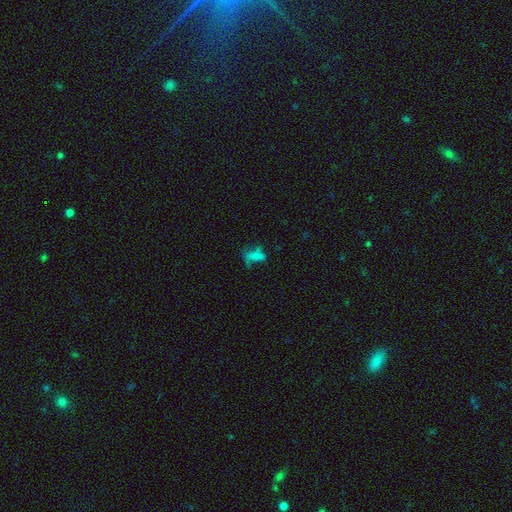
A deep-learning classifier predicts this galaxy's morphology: A smooth galaxy with no disk features (59%) that is in between round and cigar-shaped (70%).

Vote fractions:
- Smooth or featured? smooth: 59% / featured or disk: 21% / star or artifact: 19%
- How rounded? in between: 70% / cigar-shaped: 23% / round: 7%
- Merging? major disturbance: 37% / none: 31% / minor disturbance: 21% / merger: 11%